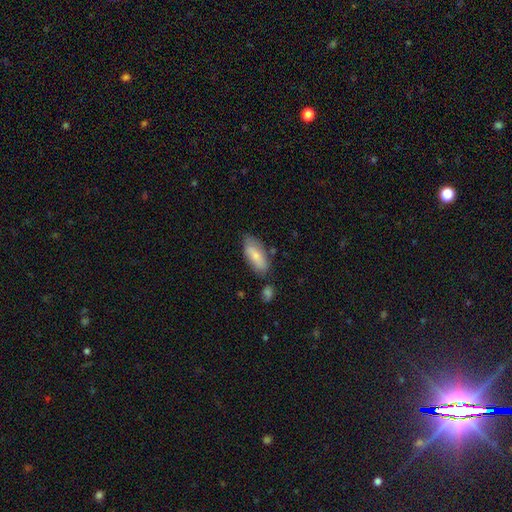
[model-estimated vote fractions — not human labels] smooth 73%, featured or disk 21%, star or artifact 6%. Down the decision tree: how rounded — in between (84%); merging — none (69%).